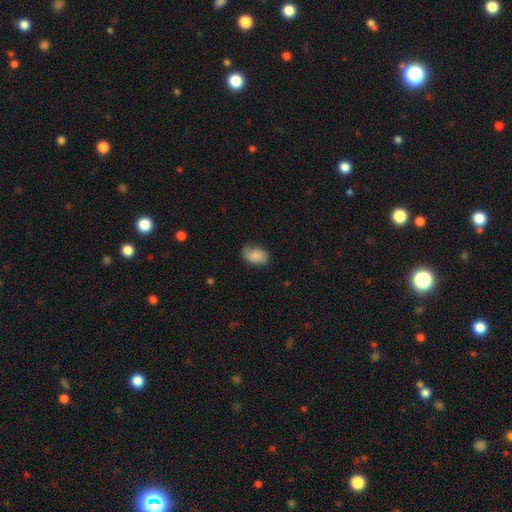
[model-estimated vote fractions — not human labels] This appears to be a smooth galaxy with no disk features (77%) that is in between round and cigar-shaped (86%). Merging: none (61%).